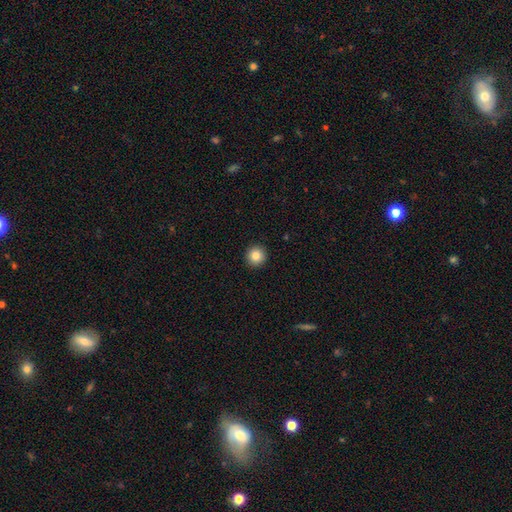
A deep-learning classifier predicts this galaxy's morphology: Smooth or featured? Predicted: smooth (p=0.84). How rounded? Predicted: round (p=0.95). Merging? Predicted: none (p=0.94).